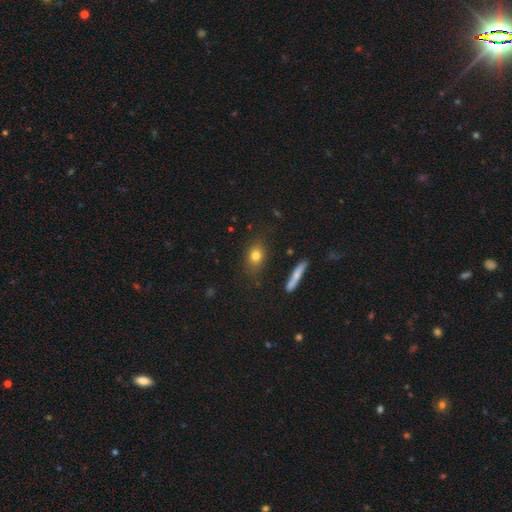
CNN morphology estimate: type=smooth (77%); roundness=in between (55%); merging=none (81%).